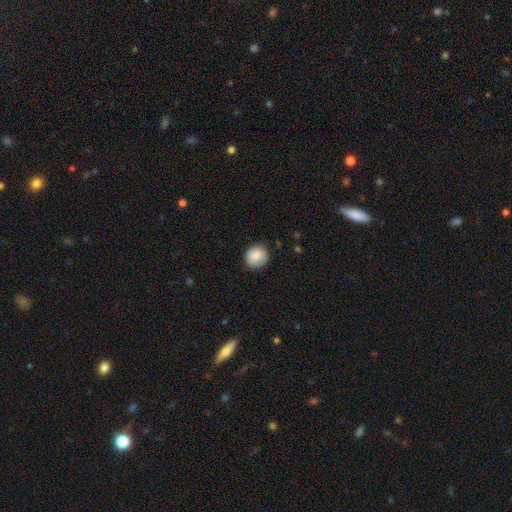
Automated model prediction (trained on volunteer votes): smooth_or_featured: smooth (p=0.81) [alt: featured or disk p=0.12]
how_rounded: round (p=0.86) [alt: in between p=0.13]
merging: none (p=0.80) [alt: minor disturbance p=0.16]